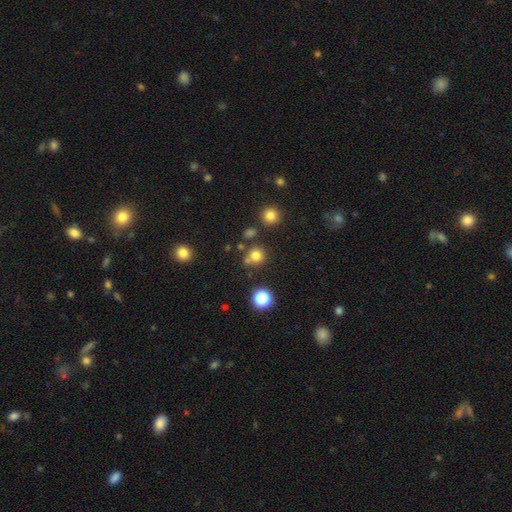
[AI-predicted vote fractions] Overall: smooth (76%). How rounded: round (90%). Merging: none (73%).